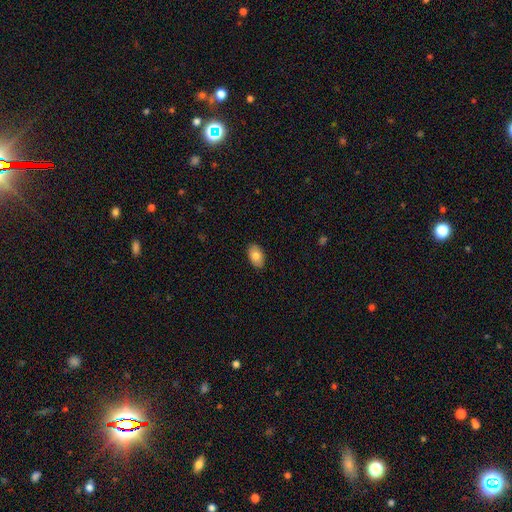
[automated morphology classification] Smooth or featured?
  - smooth: 81% *
  - featured or disk: 12%
  - star or artifact: 7%
How rounded?
  - in between: 93% *
  - round: 5%
  - cigar-shaped: 1%
Merging?
  - none: 88% *
  - minor disturbance: 9%
  - major disturbance: 2%
  - merger: 1%